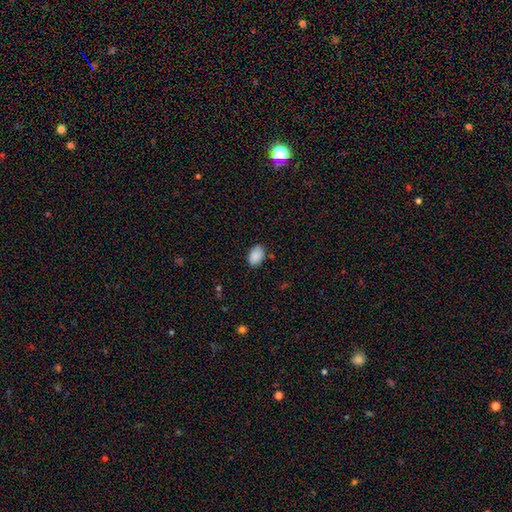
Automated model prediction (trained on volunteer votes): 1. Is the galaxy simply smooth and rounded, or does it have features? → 89% smooth, 7% star or artifact, 4% featured or disk.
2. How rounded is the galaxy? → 87% in between, 12% round, 1% cigar-shaped.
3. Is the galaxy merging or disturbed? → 83% none, 13% minor disturbance, 3% major disturbance, 1% merger.